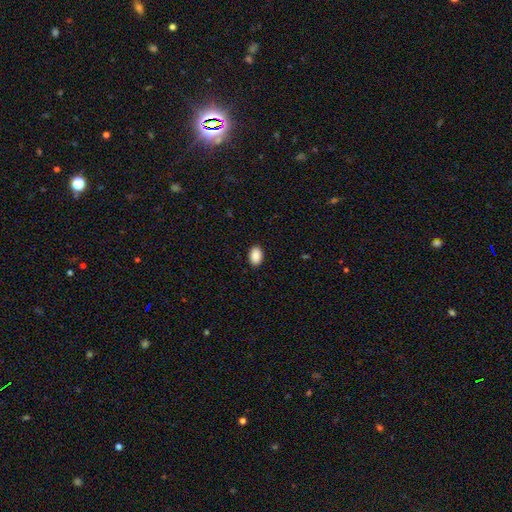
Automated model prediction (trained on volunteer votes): This appears to be a smooth galaxy with no disk features (90%) that is in between round and cigar-shaped (86%). Merging: none (90%).